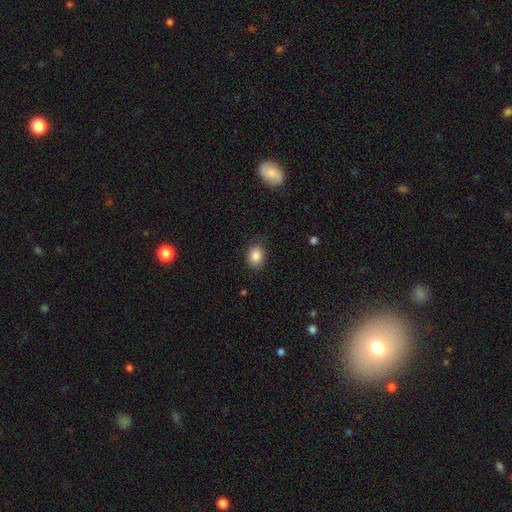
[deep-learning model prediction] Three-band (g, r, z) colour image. It shows a smooth galaxy with no disk features (86%) that is in between round and cigar-shaped (58%). Merging: none (85%).